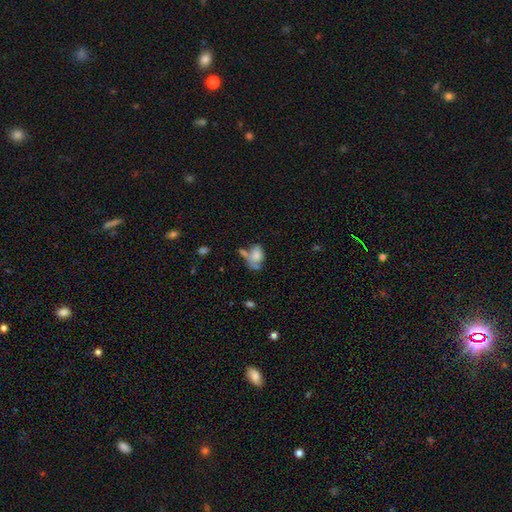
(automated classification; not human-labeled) Smooth or featured? smooth (69%)
How rounded? in between (81%)
Merging? merger (33%)